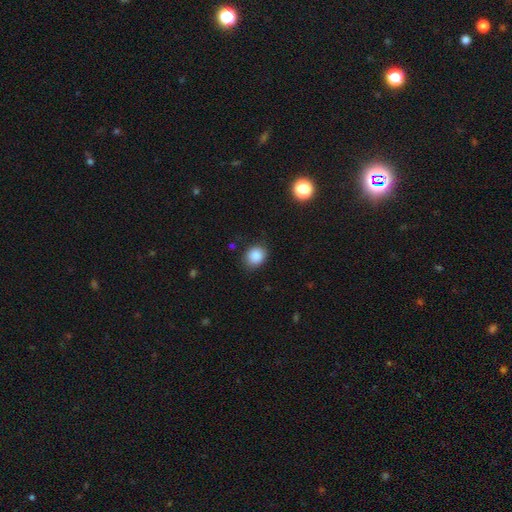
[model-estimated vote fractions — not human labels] This appears to be a smooth galaxy with no disk features (87%) that is round (61%). Merging: none (82%).